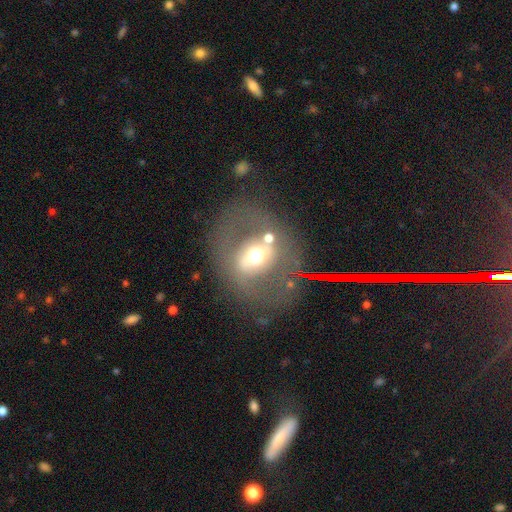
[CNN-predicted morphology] Smooth or featured? featured or disk (52%)
Edge-on disk? no (88%)
Merging? none (66%)